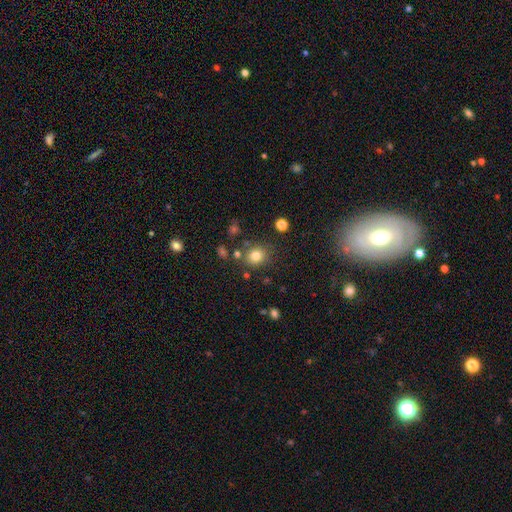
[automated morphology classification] smooth-or-featured: smooth: 79% | star or artifact: 13% | featured or disk: 7%
  how-rounded: round: 75% | in between: 24% | cigar-shaped: 1%
  merging: none: 78% | minor disturbance: 12% | merger: 6% | major disturbance: 4%